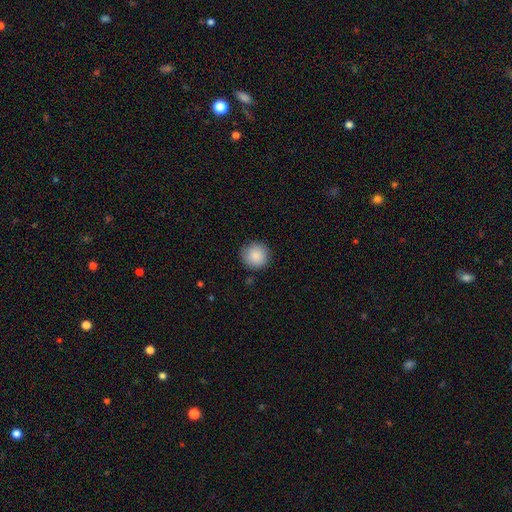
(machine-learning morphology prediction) This is clearly a smooth galaxy (88%). How rounded: clearly round (94%). Merging: clearly none (88%).